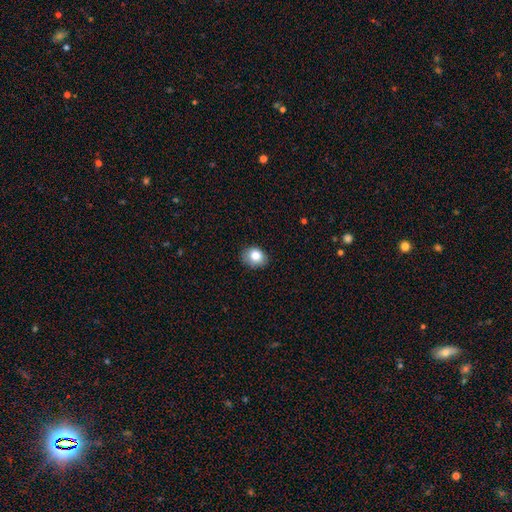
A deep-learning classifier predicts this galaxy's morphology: type=smooth (83%); roundness=round (54%); merging=none (79%).